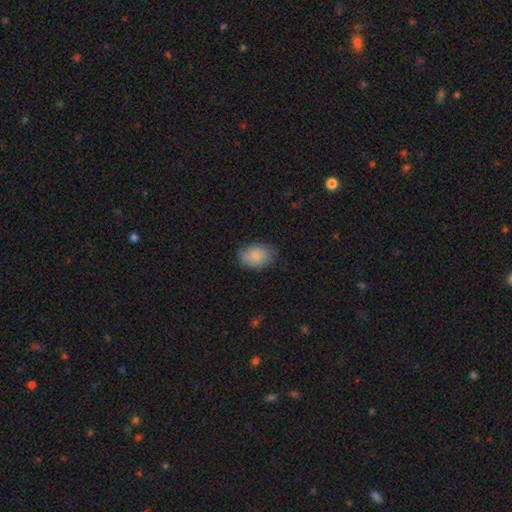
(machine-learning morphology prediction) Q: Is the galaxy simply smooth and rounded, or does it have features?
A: smooth — 82%.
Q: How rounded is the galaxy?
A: in between — 72%.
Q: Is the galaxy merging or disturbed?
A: none — 78%.